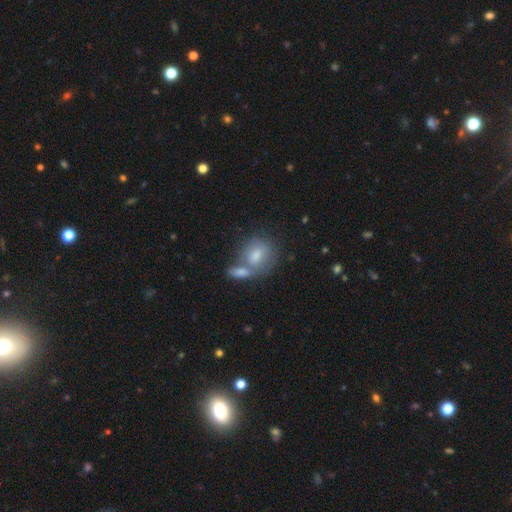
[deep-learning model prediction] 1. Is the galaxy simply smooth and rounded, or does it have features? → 68% smooth, 21% featured or disk, 11% star or artifact.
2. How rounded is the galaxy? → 56% round, 42% in between, 2% cigar-shaped.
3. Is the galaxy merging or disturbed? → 46% merger, 39% none, 11% minor disturbance, 4% major disturbance.